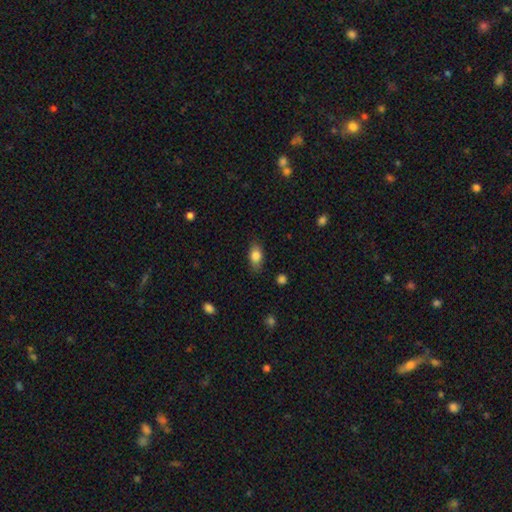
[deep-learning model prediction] This appears to be a smooth galaxy with no disk features (83%) that is in between round and cigar-shaped (85%). Merging: none (80%).